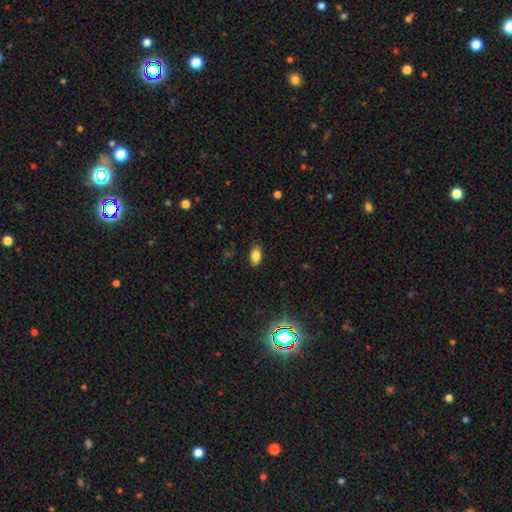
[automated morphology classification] Smooth or featured: smooth — 81% (star or artifact — 11%)
How rounded: in between — 91% (round — 6%)
Merging: none — 86% (minor disturbance — 10%)